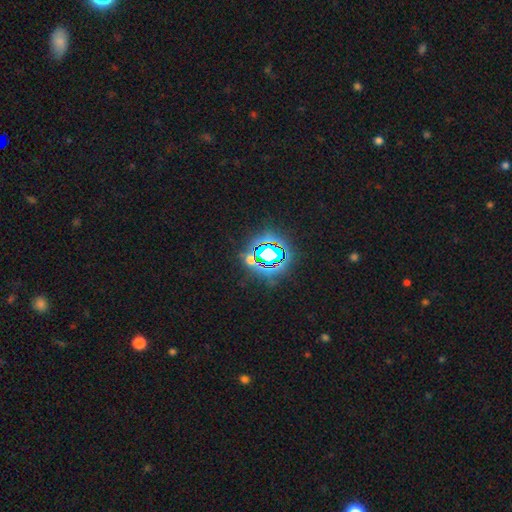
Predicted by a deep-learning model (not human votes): The model was most divided on "smooth or featured": star or artifact: 83%, smooth: 10%, featured or disk: 7%.